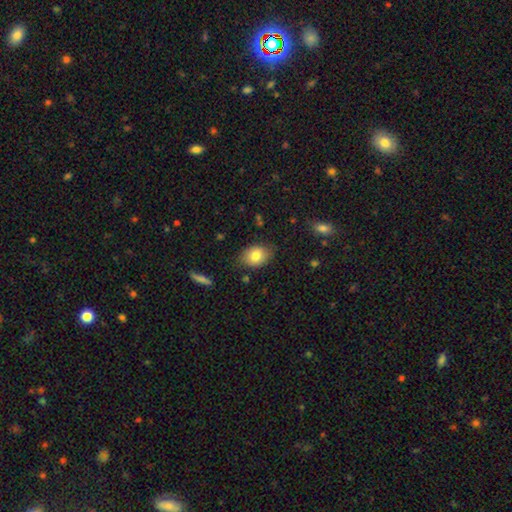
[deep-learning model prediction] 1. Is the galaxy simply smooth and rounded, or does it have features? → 80% smooth, 12% featured or disk, 8% star or artifact.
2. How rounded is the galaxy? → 75% in between, 24% round, 1% cigar-shaped.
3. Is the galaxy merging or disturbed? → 82% none, 14% minor disturbance, 3% major disturbance, 2% merger.